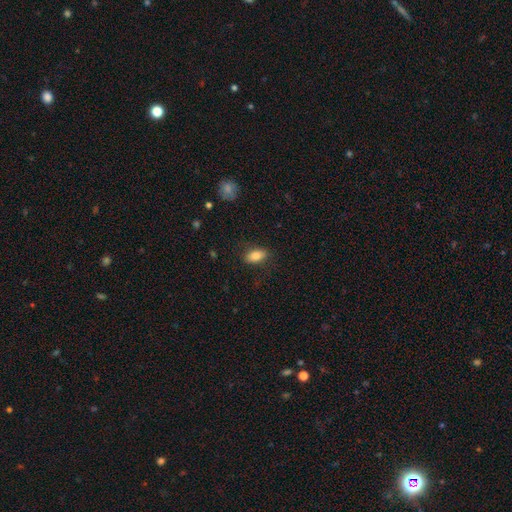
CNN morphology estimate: Overall: smooth (84%). How rounded: in between (88%). Merging: none (82%).